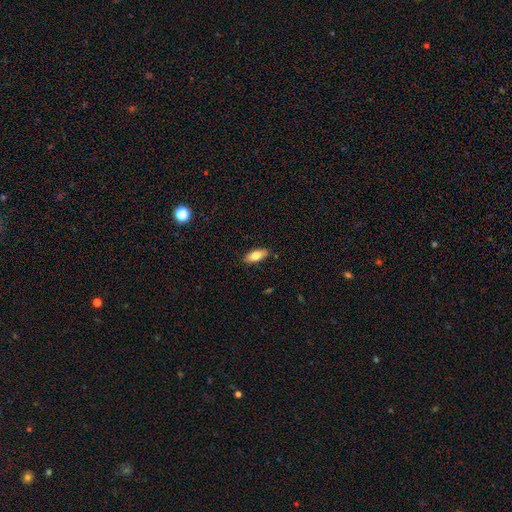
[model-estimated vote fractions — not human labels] smooth-or-featured: smooth: 78% | featured or disk: 15% | star or artifact: 7%
  how-rounded: in between: 80% | cigar-shaped: 18% | round: 2%
  merging: none: 86% | minor disturbance: 10% | major disturbance: 2% | merger: 1%